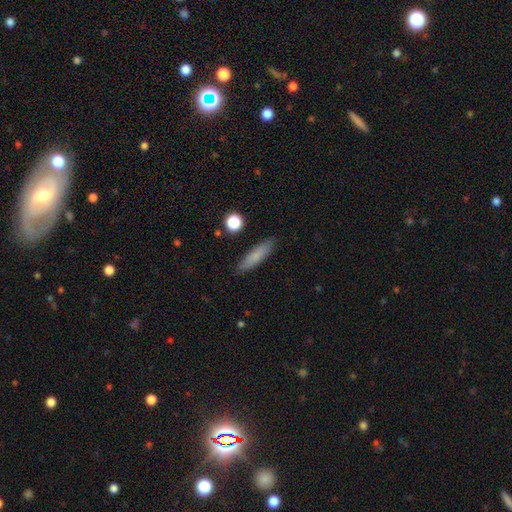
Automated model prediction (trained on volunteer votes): A smooth galaxy with no disk features (76%) that is cigar-shaped (77%).

Vote fractions:
- Smooth or featured? smooth: 76% / featured or disk: 16% / star or artifact: 8%
- How rounded? cigar-shaped: 77% / in between: 21% / round: 2%
- Merging? none: 87% / minor disturbance: 9% / major disturbance: 2% / merger: 1%